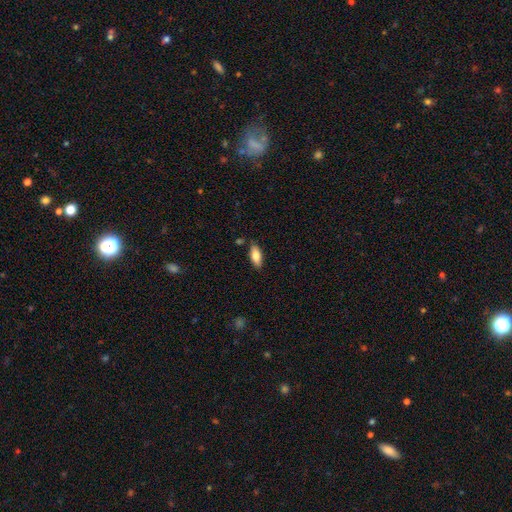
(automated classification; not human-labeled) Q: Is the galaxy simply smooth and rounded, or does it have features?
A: smooth — 80%.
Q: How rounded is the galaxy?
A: in between — 81%.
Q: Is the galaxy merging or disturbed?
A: none — 83%.